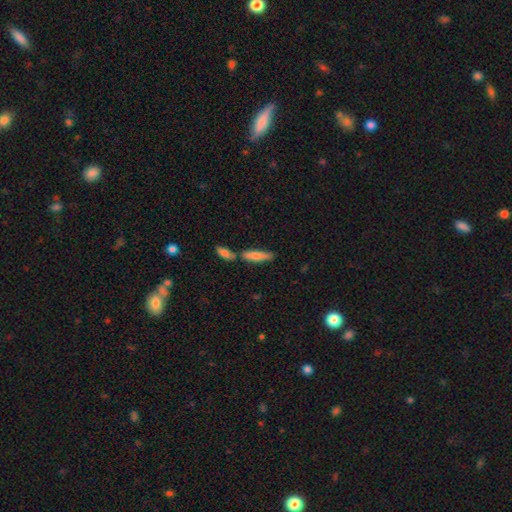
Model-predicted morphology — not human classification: A smooth galaxy with no disk features (63%) that is cigar-shaped (77%). Merging: none (63%).